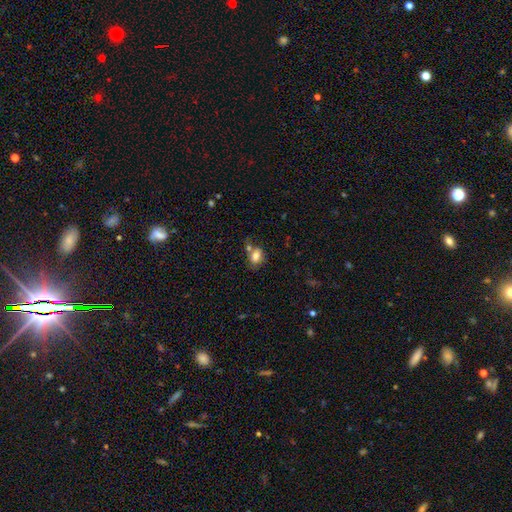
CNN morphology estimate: A smooth galaxy with no disk features (79%) that is in between round and cigar-shaped (68%).

Vote fractions:
- Smooth or featured? smooth: 79% / featured or disk: 12% / star or artifact: 10%
- How rounded? in between: 68% / round: 31% / cigar-shaped: 1%
- Merging? none: 48% / merger: 26% / minor disturbance: 18% / major disturbance: 7%